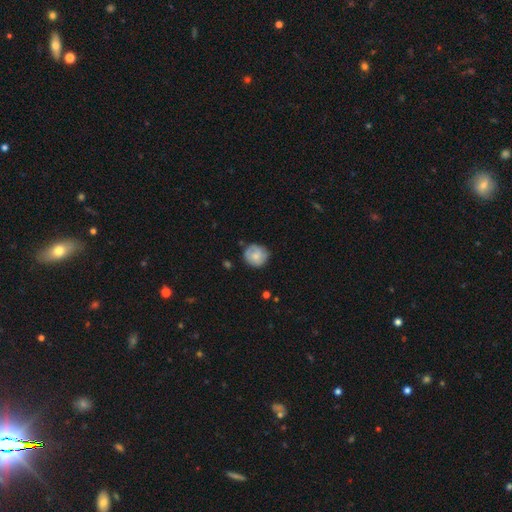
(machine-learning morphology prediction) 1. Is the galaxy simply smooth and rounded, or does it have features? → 64% smooth, 29% featured or disk, 7% star or artifact.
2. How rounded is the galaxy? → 86% round, 13% in between, 1% cigar-shaped.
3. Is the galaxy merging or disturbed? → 70% none, 23% minor disturbance, 5% major disturbance, 2% merger.